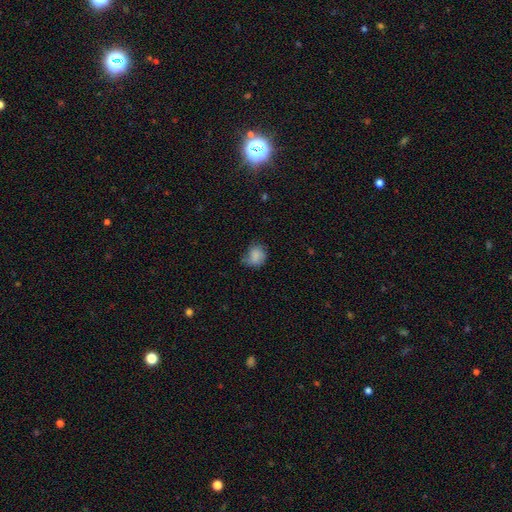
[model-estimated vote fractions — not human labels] Q: Smooth or featured?
A: smooth (80%); runner-up: featured or disk (11%)
Q: How rounded?
A: round (61%); runner-up: in between (38%)
Q: Merging?
A: none (51%); runner-up: minor disturbance (33%)